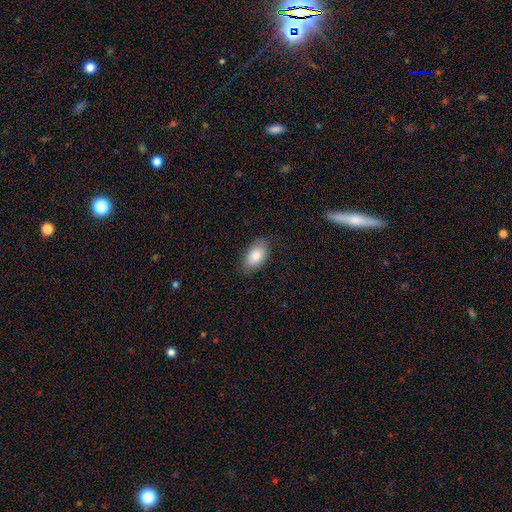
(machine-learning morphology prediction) A smooth galaxy with no disk features (83%) that is in between round and cigar-shaped (93%).

Vote fractions:
- Smooth or featured? smooth: 83% / featured or disk: 10% / star or artifact: 7%
- How rounded? in between: 93% / round: 5% / cigar-shaped: 2%
- Merging? none: 81% / minor disturbance: 14% / major disturbance: 3% / merger: 1%